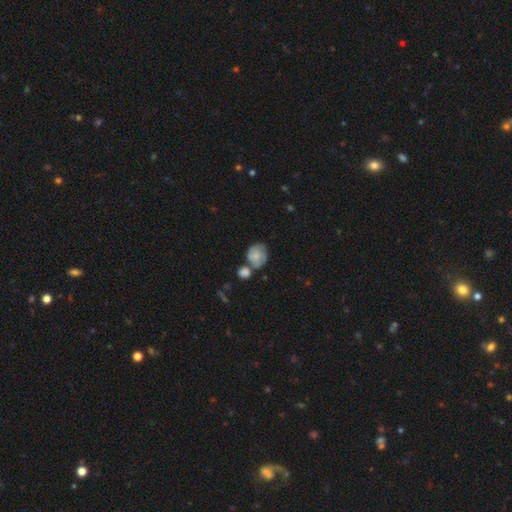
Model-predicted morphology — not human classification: Smooth or featured: smooth — 64% (featured or disk — 28%)
How rounded: round — 62% (in between — 37%)
Merging: none — 40% (merger — 34%)